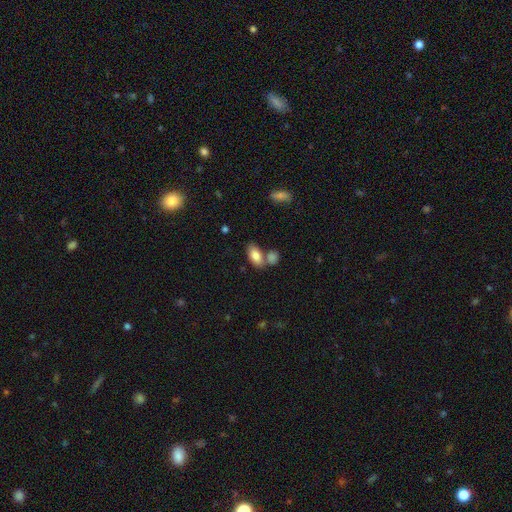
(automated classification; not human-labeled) Smooth or featured: smooth — 82% (featured or disk — 11%)
How rounded: in between — 91% (round — 5%)
Merging: none — 53% (merger — 31%)